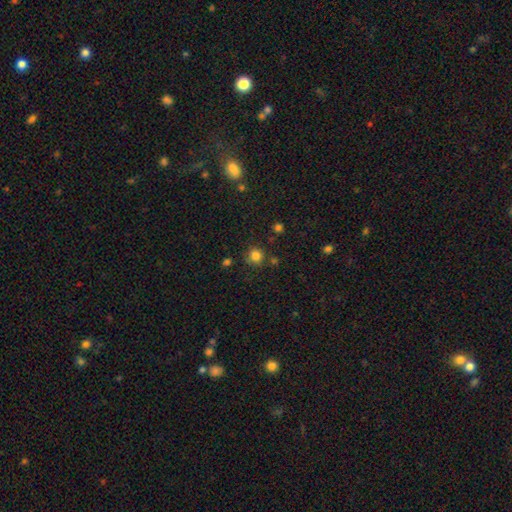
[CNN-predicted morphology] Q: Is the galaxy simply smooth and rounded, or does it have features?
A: smooth — 81%.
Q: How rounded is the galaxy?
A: round — 92%.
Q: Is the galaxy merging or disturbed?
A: none — 81%.